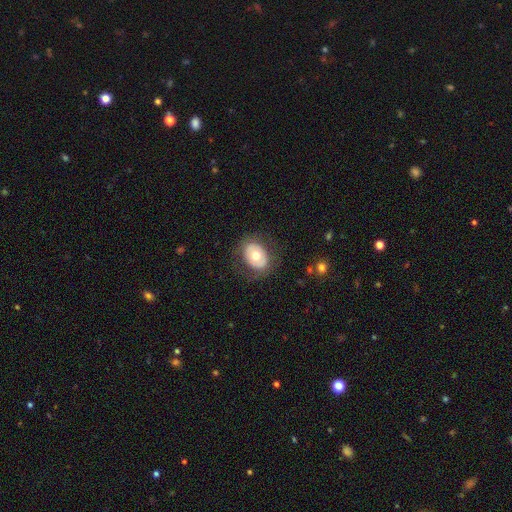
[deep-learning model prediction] Smooth or featured: smooth — 55% (featured or disk — 38%)
How rounded: in between — 60% (round — 39%)
Merging: none — 79% (minor disturbance — 13%)